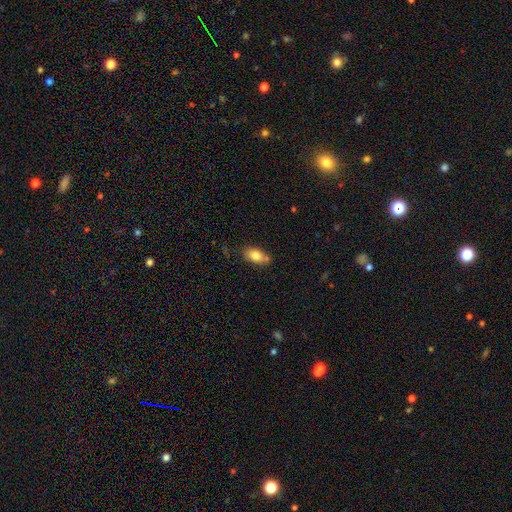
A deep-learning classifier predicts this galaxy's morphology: This is clearly a smooth galaxy (81%). How rounded: clearly in between (88%). Merging: likely none (68%).